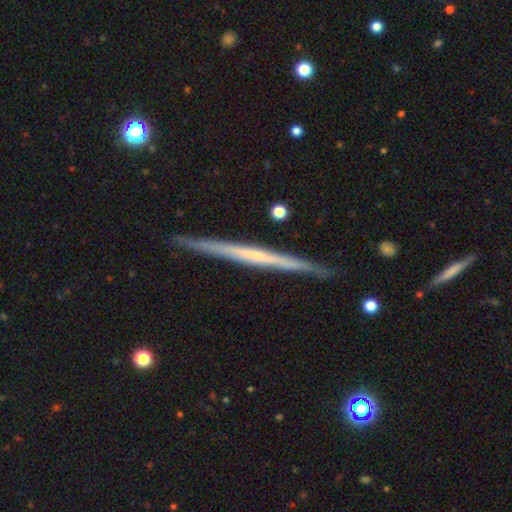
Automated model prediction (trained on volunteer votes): smooth_or_featured: featured or disk (p=0.69) [alt: smooth p=0.25]
disk_edge_on: yes (p=0.98) [alt: no p=0.02]
edge_on_bulge: none (p=0.78) [alt: rounded p=0.17]
merging: none (p=0.90) [alt: minor disturbance p=0.07]